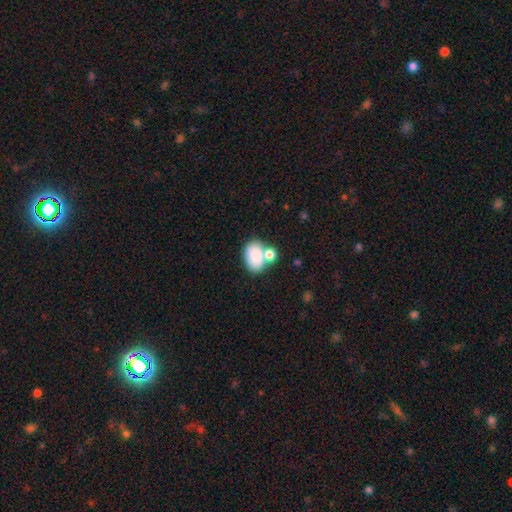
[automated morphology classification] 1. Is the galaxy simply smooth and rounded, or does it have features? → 81% smooth, 10% featured or disk, 8% star or artifact.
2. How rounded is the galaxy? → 82% in between, 17% round, 1% cigar-shaped.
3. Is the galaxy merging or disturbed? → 44% none, 37% merger, 13% minor disturbance, 5% major disturbance.